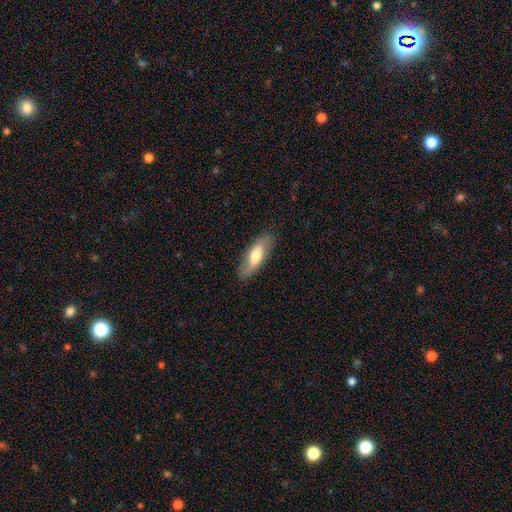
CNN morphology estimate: type=smooth (64%); roundness=in between (62%); merging=none (84%).